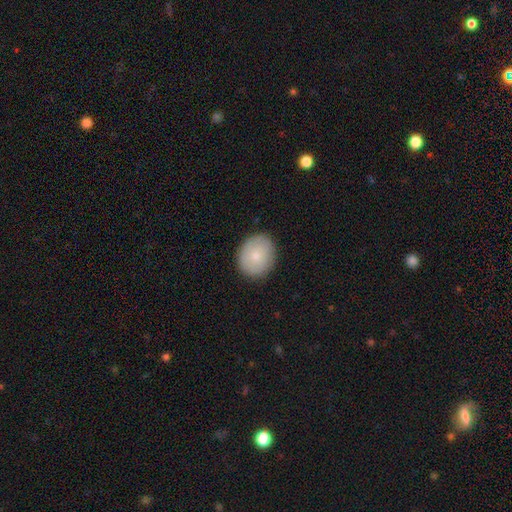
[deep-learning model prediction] Smooth or featured? smooth (79%)
How rounded? round (65%)
Merging? none (88%)